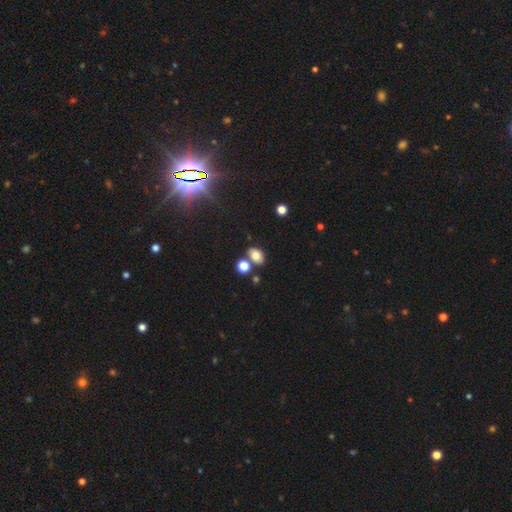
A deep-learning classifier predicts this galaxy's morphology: Q: Smooth or featured?
A: smooth (79%); runner-up: star or artifact (13%)
Q: How rounded?
A: in between (71%); runner-up: round (27%)
Q: Merging?
A: none (64%); runner-up: merger (19%)